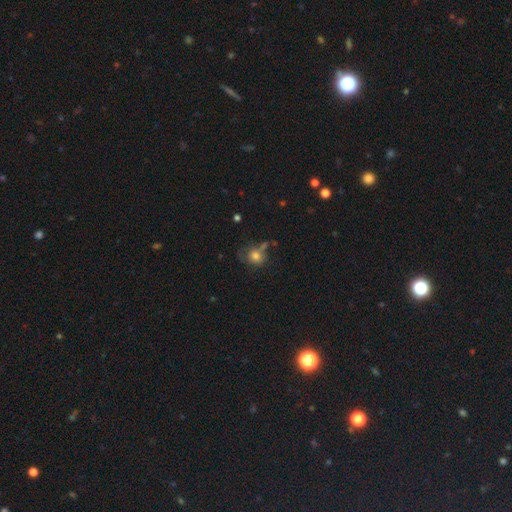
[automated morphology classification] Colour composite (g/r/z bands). It shows a smooth galaxy with no disk features (75%) that is round (71%). Merging: none (50%).